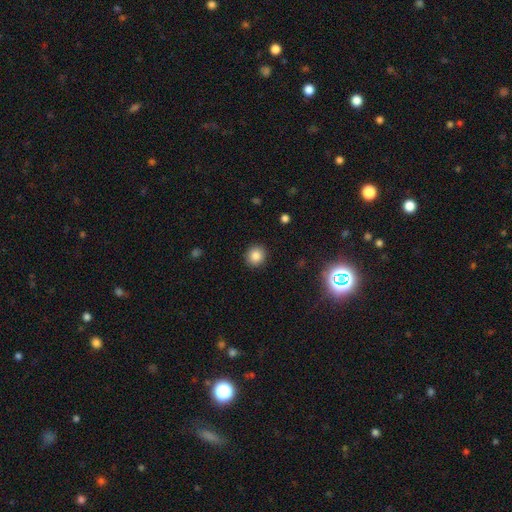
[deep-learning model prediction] A smooth galaxy with no disk features (83%) that is round (88%).

Vote fractions:
- Smooth or featured? smooth: 83% / star or artifact: 11% / featured or disk: 6%
- How rounded? round: 88% / in between: 11% / cigar-shaped: 1%
- Merging? none: 91% / minor disturbance: 6% / major disturbance: 2% / merger: 1%